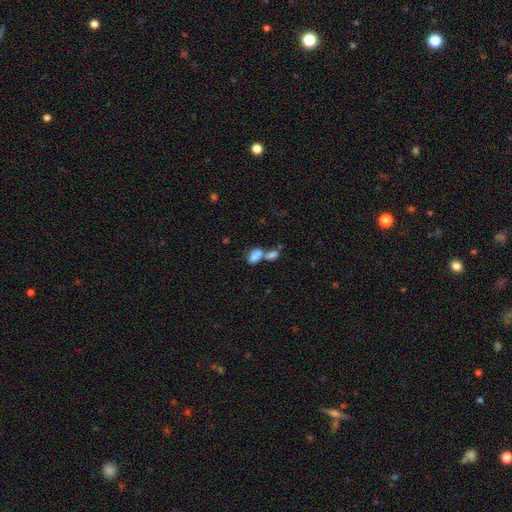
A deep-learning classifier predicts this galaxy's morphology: type=smooth (77%); roundness=in between (86%); merging=merger (67%).